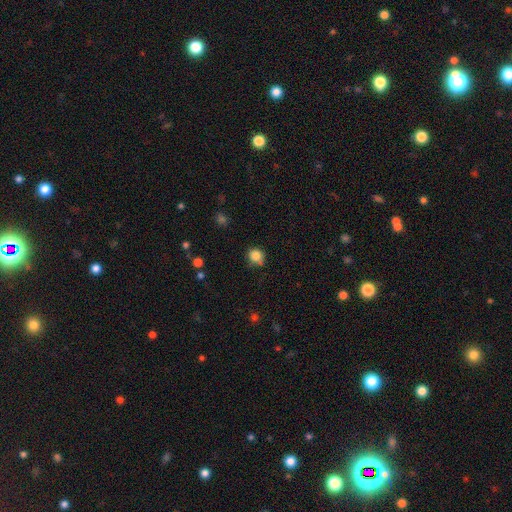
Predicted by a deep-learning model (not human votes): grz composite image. It shows a smooth galaxy with no disk features (84%) that is round (84%). Merging: none (71%).